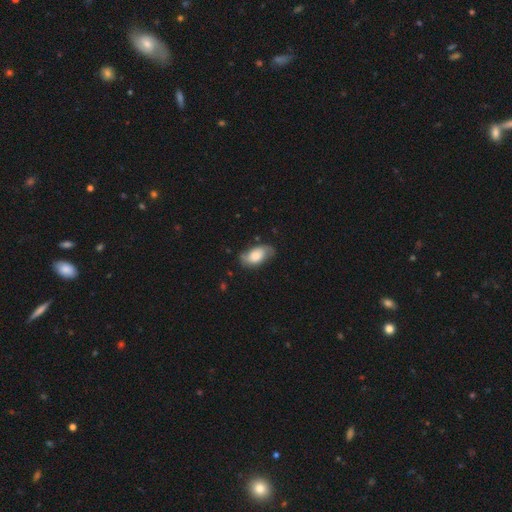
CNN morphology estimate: Smooth or featured: smooth — 59% (featured or disk — 33%)
How rounded: in between — 93% (round — 5%)
Merging: none — 65% (minor disturbance — 25%)